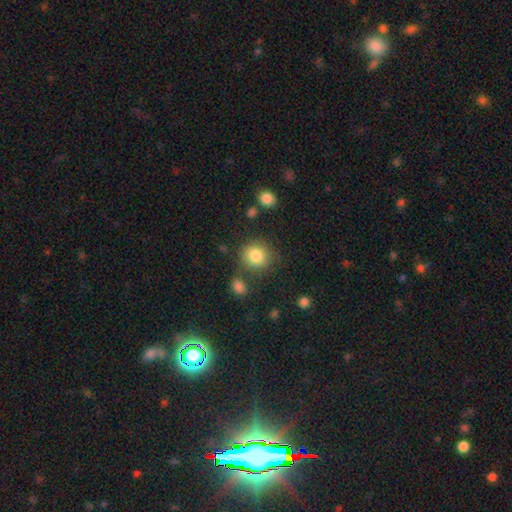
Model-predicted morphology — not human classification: Smooth or featured: smooth — 84% (star or artifact — 10%)
How rounded: round — 85% (in between — 14%)
Merging: none — 76% (minor disturbance — 12%)